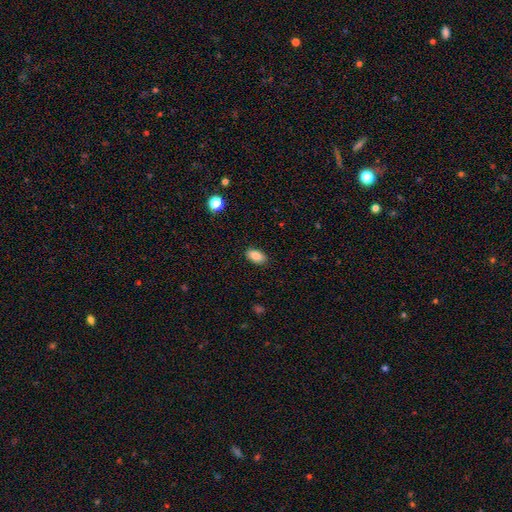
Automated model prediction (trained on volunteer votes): smooth_or_featured: smooth (p=0.88) [alt: star or artifact p=0.08]
how_rounded: in between (p=0.93) [alt: round p=0.04]
merging: none (p=0.88) [alt: minor disturbance p=0.08]